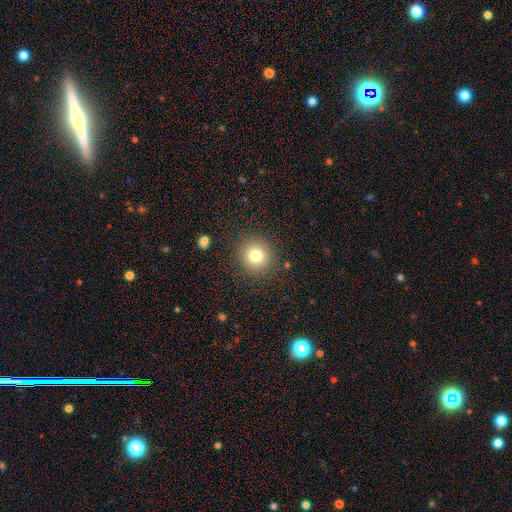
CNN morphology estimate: Smooth or featured? smooth (78%)
How rounded? round (92%)
Merging? none (88%)